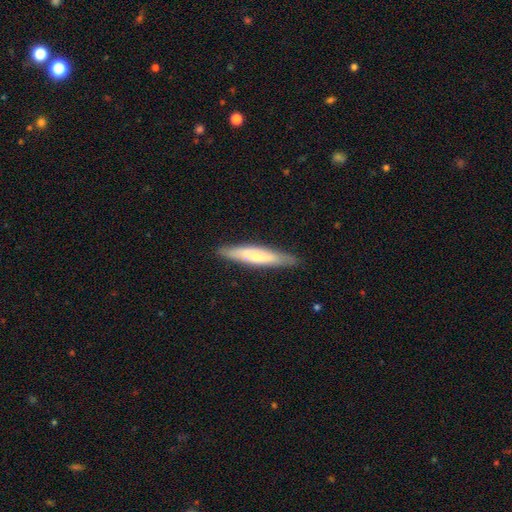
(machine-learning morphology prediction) Q: Smooth or featured?
A: smooth (56%); runner-up: featured or disk (39%)
Q: How rounded?
A: cigar-shaped (88%); runner-up: in between (11%)
Q: Merging?
A: none (87%); runner-up: minor disturbance (10%)